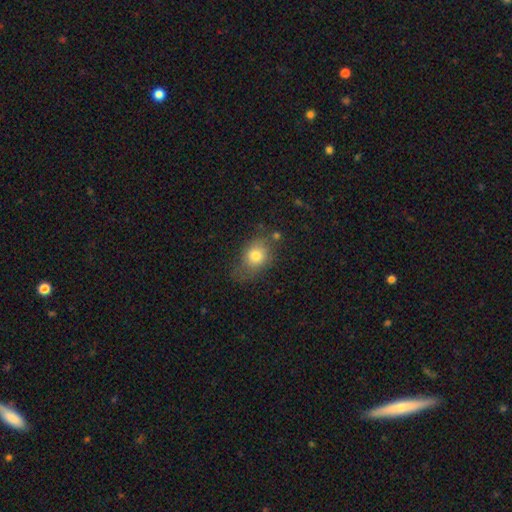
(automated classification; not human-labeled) Smooth or featured? smooth (77%)
How rounded? in between (55%)
Merging? none (56%)